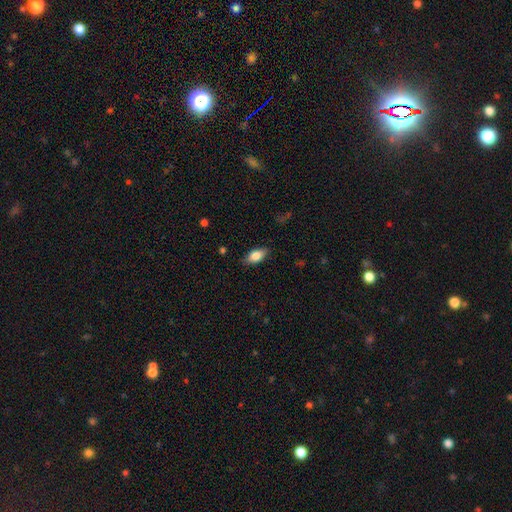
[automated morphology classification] smooth 77%, featured or disk 16%, star or artifact 7%. Down the decision tree: how rounded — in between (86%); merging — none (83%).